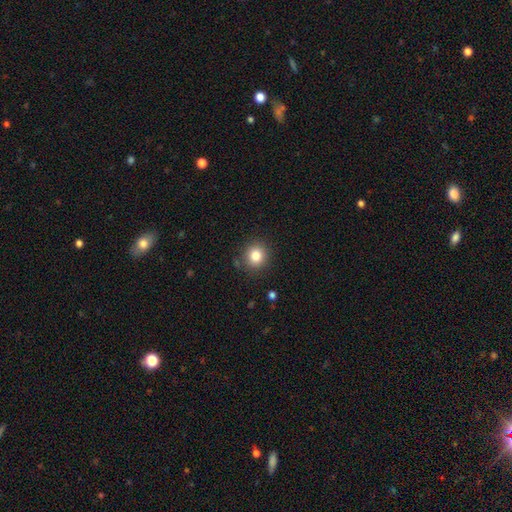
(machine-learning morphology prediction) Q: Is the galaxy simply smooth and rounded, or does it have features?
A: smooth — 82%.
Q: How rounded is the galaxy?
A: round — 88%.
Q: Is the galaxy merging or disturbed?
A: none — 87%.